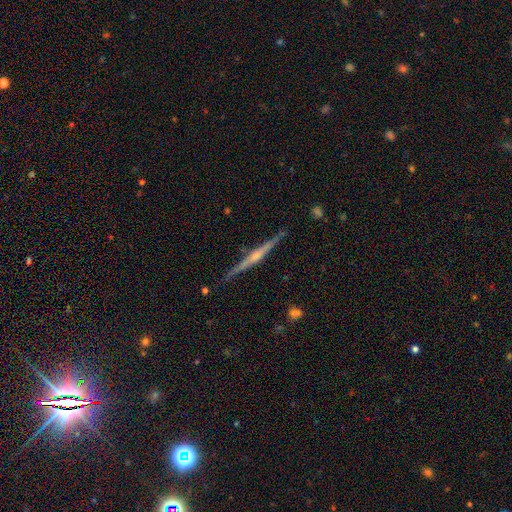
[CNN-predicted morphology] smooth-or-featured: featured or disk: 82% | smooth: 12% | star or artifact: 6%
  disk-edge-on: yes: 98% | no: 2%
    edge-on-bulge: rounded: 72% | none: 16% | boxy: 11%
  merging: none: 89% | minor disturbance: 8% | major disturbance: 2% | merger: 1%